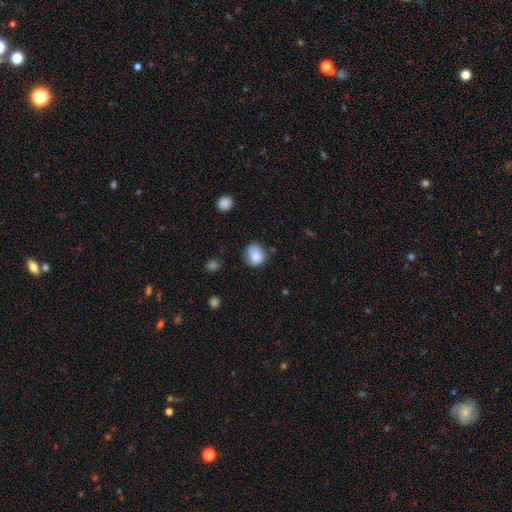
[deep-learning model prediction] Q: Smooth or featured?
A: smooth (81%); runner-up: featured or disk (10%)
Q: How rounded?
A: round (67%); runner-up: in between (32%)
Q: Merging?
A: none (57%); runner-up: minor disturbance (30%)